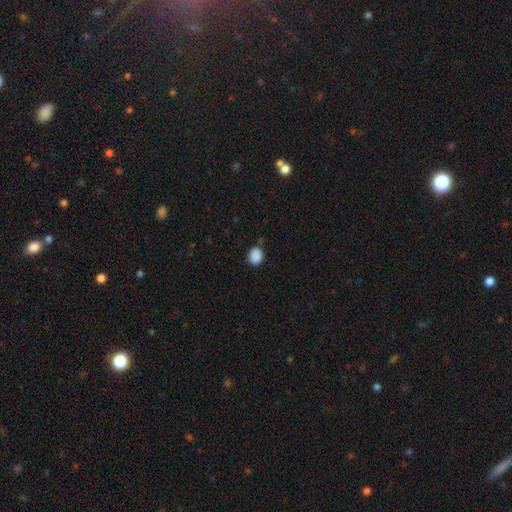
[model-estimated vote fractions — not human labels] Morphology: type=smooth (88%); roundness=round (64%); merging=none (76%).